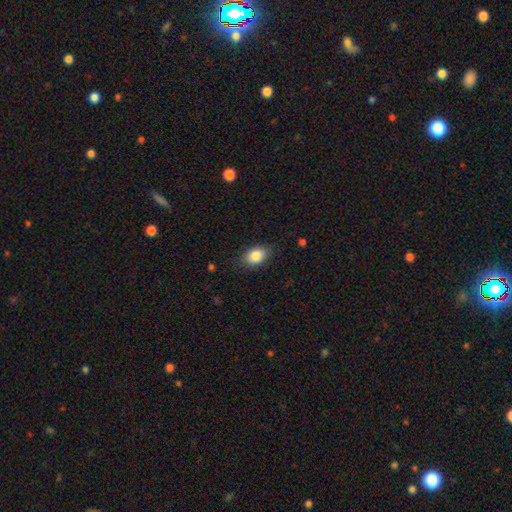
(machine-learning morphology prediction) Overall: smooth (86%). How rounded: in between (80%). Merging: none (81%).